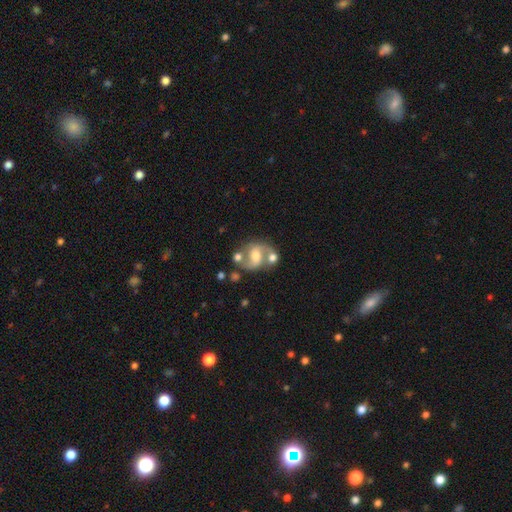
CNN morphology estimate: A featured or disk galaxy (75%) with a weak bar (45%), 2 (91%) medium (51%) spiral arms (91%) and a moderate central bulge (61%).

Vote fractions:
- Smooth or featured? featured or disk: 75% / smooth: 17% / star or artifact: 8%
- Edge-on disk? no: 98% / yes: 2%
- Bar? weak: 45% / no: 34% / strong: 22%
- Spiral arms? yes: 91% / no: 9%
- Spiral winding? medium: 51% / loose: 36% / tight: 13%
- Spiral arm count? 2: 91% / can't tell: 4% / 1: 2% / 3: 1% / 4: 1% / more than 4: 1%
- Bulge size? moderate: 61% / small: 25% / large: 9% / none: 3% / dominant: 1%
- Merging? none: 52% / merger: 26% / minor disturbance: 15% / major disturbance: 7%